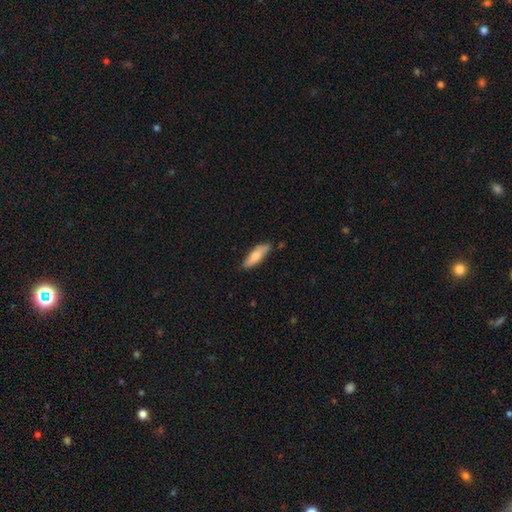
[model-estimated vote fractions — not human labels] Smooth or featured? smooth (72%)
How rounded? cigar-shaped (54%)
Merging? none (79%)